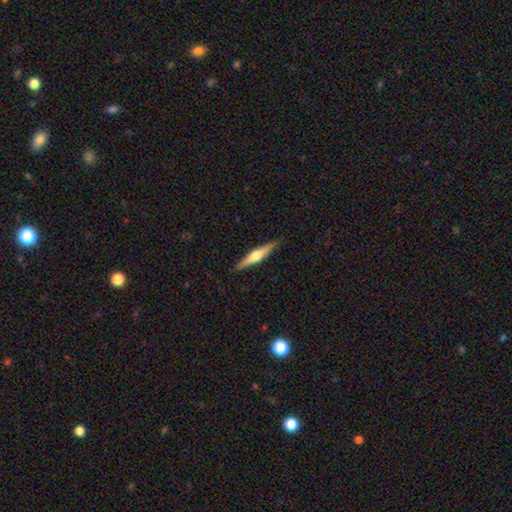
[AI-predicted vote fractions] A featured or disk galaxy (67%) viewed edge-on (98%) with a rounded central bulge (91%).

Vote fractions:
- Smooth or featured? featured or disk: 67% / smooth: 28% / star or artifact: 5%
- Edge-on disk? yes: 98% / no: 2%
- Edge-on bulge? rounded: 91% / boxy: 6% / none: 4%
- Merging? none: 90% / minor disturbance: 8% / major disturbance: 2% / merger: 1%